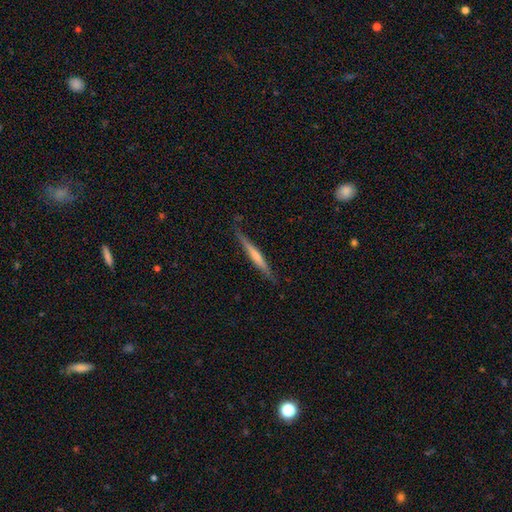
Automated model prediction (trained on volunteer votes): smooth_or_featured: featured or disk (p=0.59) [alt: smooth p=0.35]
disk_edge_on: yes (p=0.97) [alt: no p=0.03]
edge_on_bulge: rounded (p=0.50) [alt: none p=0.41]
merging: none (p=0.85) [alt: minor disturbance p=0.12]